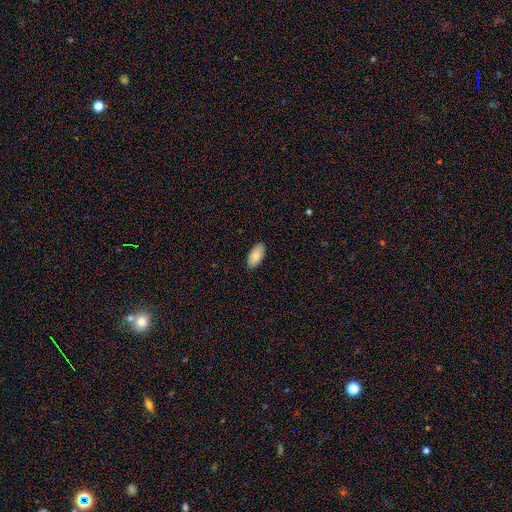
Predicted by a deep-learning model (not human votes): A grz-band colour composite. It shows a smooth galaxy with no disk features (86%) that is in between round and cigar-shaped (94%). Merging: none (89%).